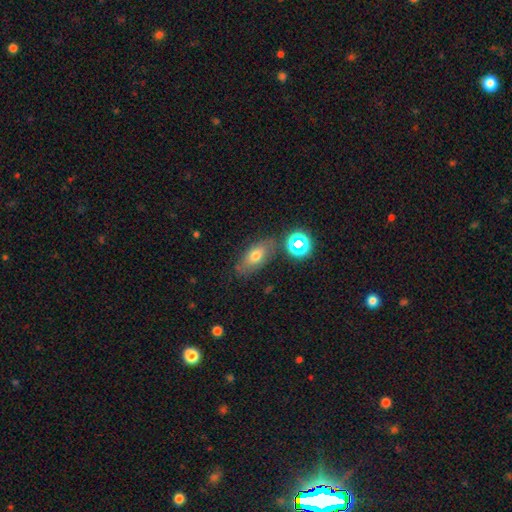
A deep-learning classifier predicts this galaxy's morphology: A smooth galaxy with no disk features (65%) that is in between round and cigar-shaped (80%).

Vote fractions:
- Smooth or featured? smooth: 65% / featured or disk: 19% / star or artifact: 15%
- How rounded? in between: 80% / round: 10% / cigar-shaped: 10%
- Merging? none: 74% / minor disturbance: 15% / merger: 6% / major disturbance: 5%